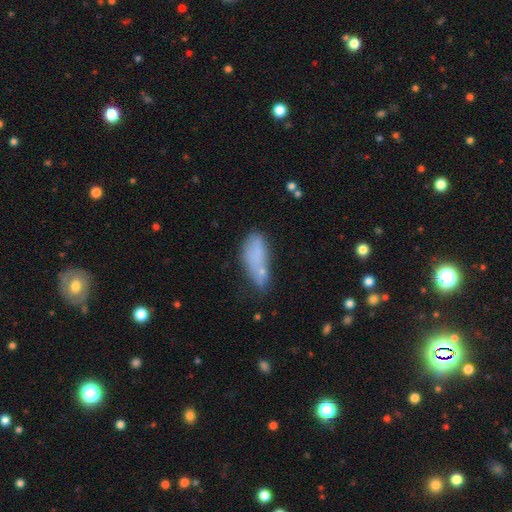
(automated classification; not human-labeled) Q: Smooth or featured?
A: smooth (68%); runner-up: featured or disk (21%)
Q: How rounded?
A: in between (76%); runner-up: cigar-shaped (20%)
Q: Merging?
A: none (37%); runner-up: minor disturbance (28%)